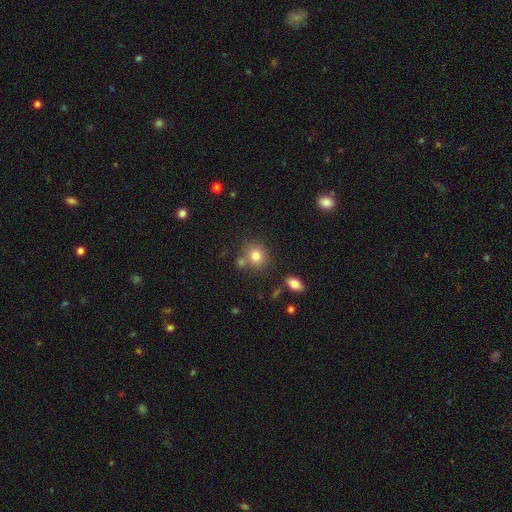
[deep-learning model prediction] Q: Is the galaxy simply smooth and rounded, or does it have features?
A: smooth — 79%.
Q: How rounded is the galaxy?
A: round — 81%.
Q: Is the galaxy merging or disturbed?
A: none — 72%.